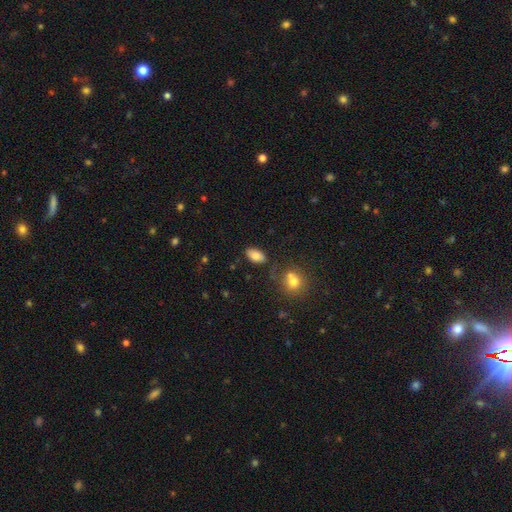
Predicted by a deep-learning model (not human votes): A smooth galaxy with no disk features (82%) that is in between round and cigar-shaped (93%). Merging: none (79%).